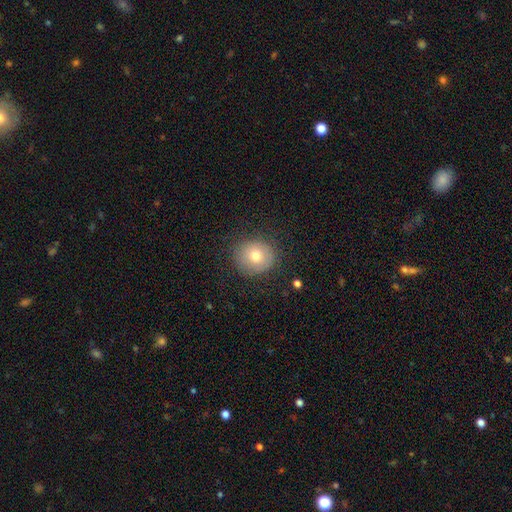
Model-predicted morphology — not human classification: smooth_or_featured: smooth (p=0.72) [alt: featured or disk p=0.17]
how_rounded: round (p=0.88) [alt: in between p=0.11]
merging: none (p=0.83) [alt: minor disturbance p=0.12]